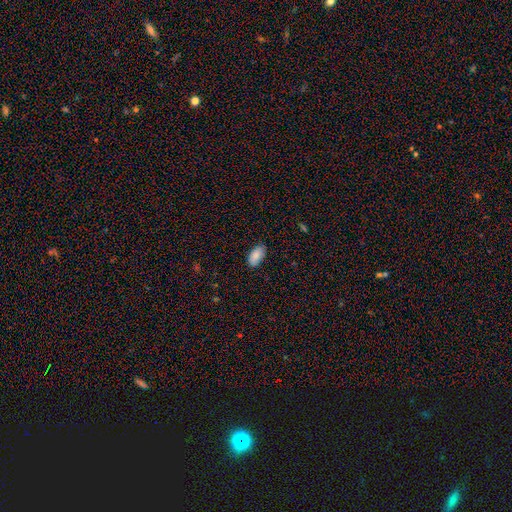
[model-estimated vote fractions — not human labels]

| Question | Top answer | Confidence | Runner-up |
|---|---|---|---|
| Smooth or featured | smooth | 87% | star or artifact (7%) |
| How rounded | in between | 95% | round (3%) |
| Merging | none | 84% | minor disturbance (13%) |